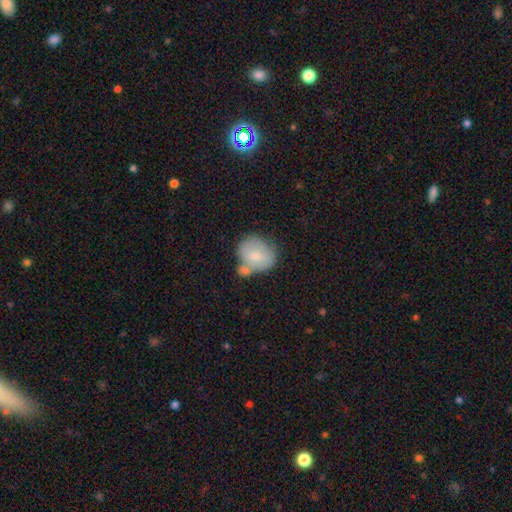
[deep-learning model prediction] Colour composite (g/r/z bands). It shows a smooth galaxy with no disk features (76%) that is round (57%). Merging: none (41%).